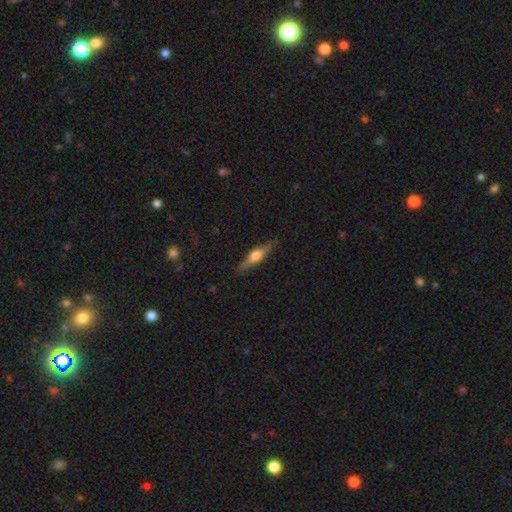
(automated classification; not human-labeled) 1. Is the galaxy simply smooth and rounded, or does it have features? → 62% featured or disk, 31% smooth, 6% star or artifact.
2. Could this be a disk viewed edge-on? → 95% yes, 5% no.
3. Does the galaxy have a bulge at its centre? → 90% rounded, 8% boxy, 3% none.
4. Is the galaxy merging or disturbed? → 86% none, 10% minor disturbance, 2% major disturbance, 1% merger.